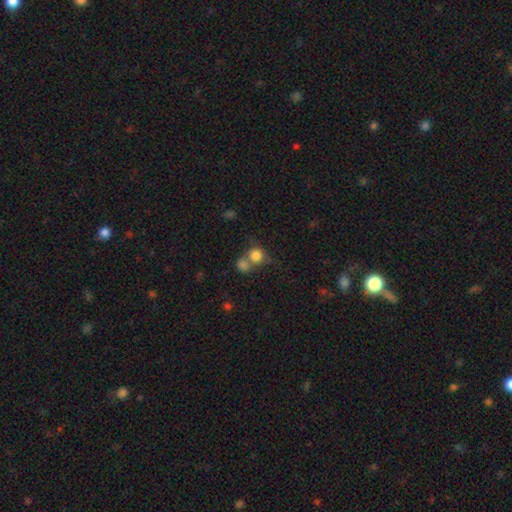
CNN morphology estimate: smooth-or-featured: smooth: 81% | star or artifact: 11% | featured or disk: 8%
  how-rounded: round: 88% | in between: 11% | cigar-shaped: 1%
  merging: merger: 43% (tied) | none: 43% (tied) | minor disturbance: 9% | major disturbance: 5%